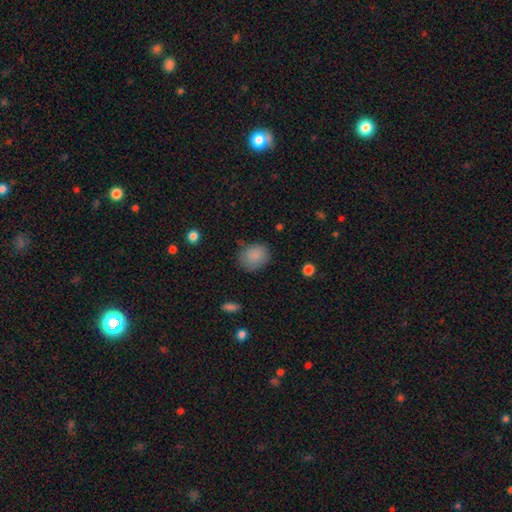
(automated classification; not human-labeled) Overall: smooth (87%). How rounded: round (59%; in between 40%). Merging: none (78%).